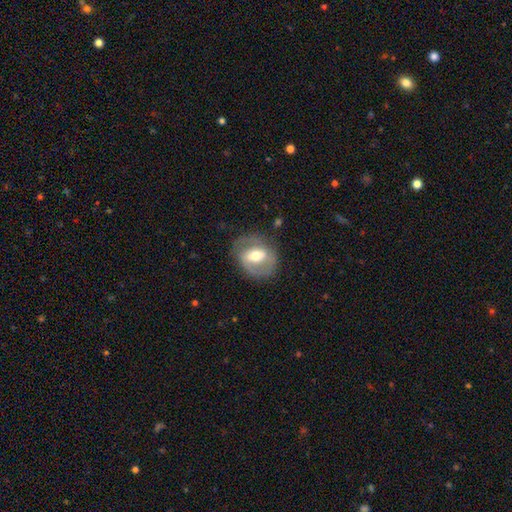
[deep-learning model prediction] smooth_or_featured: featured or disk (p=0.63) [alt: smooth p=0.31]
disk_edge_on: no (p=0.95) [alt: yes p=0.05]
bar: weak (p=0.40) [alt: strong p=0.38]
has_spiral_arms: yes (p=0.61) [alt: no p=0.39]
bulge_size: moderate (p=0.67) [alt: small p=0.17]
merging: none (p=0.73) [alt: minor disturbance p=0.16]